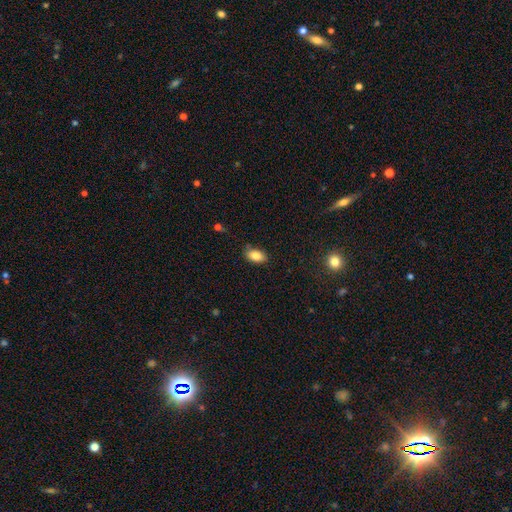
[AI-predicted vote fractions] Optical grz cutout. It shows a smooth galaxy with no disk features (84%) that is in between round and cigar-shaped (91%). Merging: none (82%).